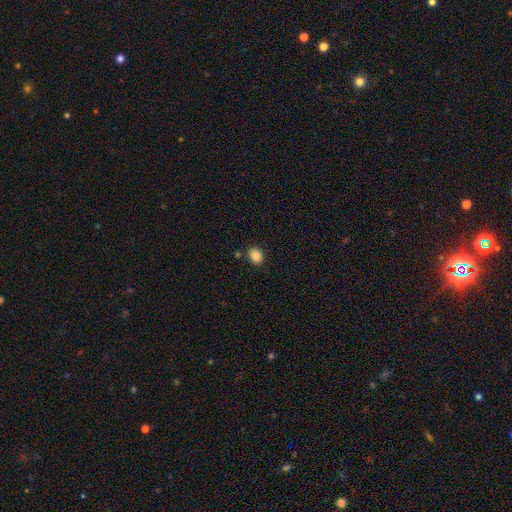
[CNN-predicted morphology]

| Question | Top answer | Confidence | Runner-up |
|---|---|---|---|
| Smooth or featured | smooth | 87% | star or artifact (9%) |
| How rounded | in between | 61% | round (38%) |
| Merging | none | 83% | minor disturbance (10%) |